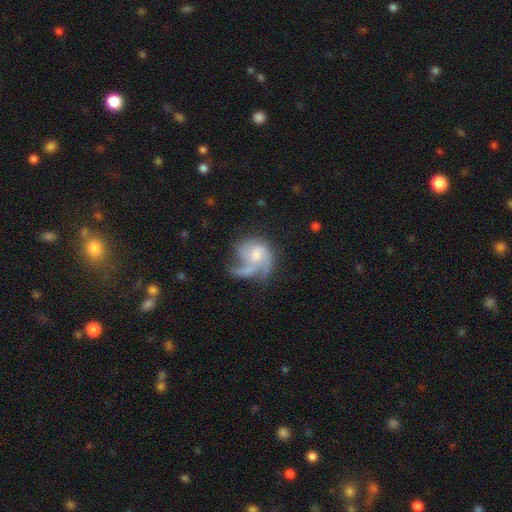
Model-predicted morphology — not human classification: Smooth or featured?
  - featured or disk: 65% *
  - smooth: 27%
  - star or artifact: 7%
Edge-on disk?
  - no: 98% *
  - yes: 2%
Bar?
  - no: 68% *
  - weak: 28%
  - strong: 4%
Spiral arms?
  - yes: 82% *
  - no: 18%
Spiral winding?
  - medium: 41% *
  - loose: 36%
  - tight: 23%
Spiral arm count?
  - 1: 25% *
  - 3: 24%
  - 2: 24%
  - can't tell: 18%
  - 4: 5%
  - more than 4: 3%
Bulge size?
  - moderate: 50% *
  - small: 25%
  - none: 12%
  - large: 11%
  - dominant: 2%
Merging?
  - major disturbance: 38% *
  - none: 26%
  - minor disturbance: 18%
  - merger: 18%